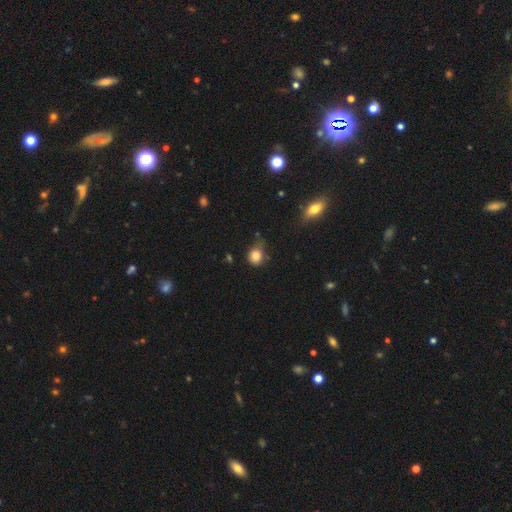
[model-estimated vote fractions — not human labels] Smooth or featured? smooth (82%)
How rounded? round (69%)
Merging? none (52%)